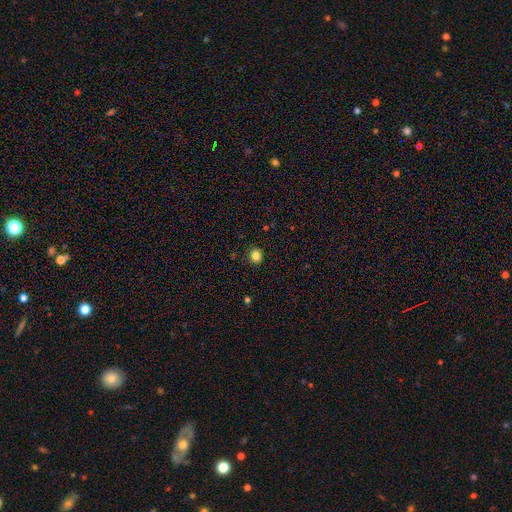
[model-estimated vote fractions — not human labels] Morphology: type=smooth (84%); roundness=round (84%); merging=none (91%).